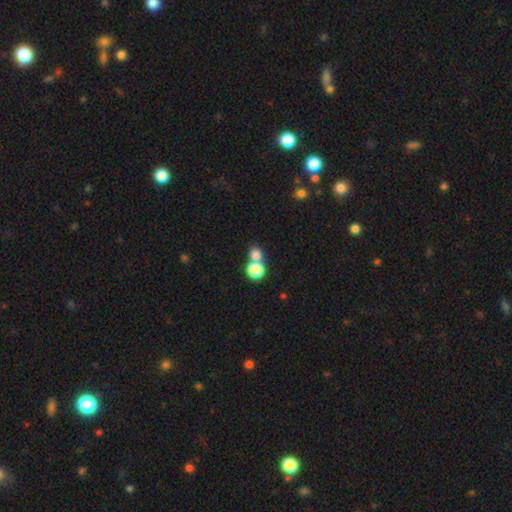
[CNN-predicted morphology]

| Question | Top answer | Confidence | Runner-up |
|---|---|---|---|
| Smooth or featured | smooth | 78% | star or artifact (14%) |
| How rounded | round | 72% | in between (27%) |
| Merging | none | 45% | tied: merger (45%) |